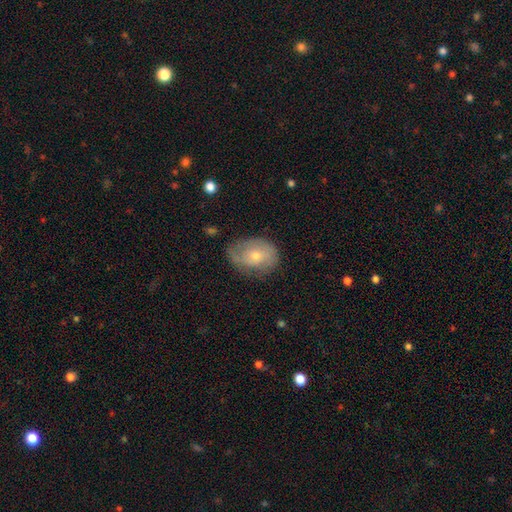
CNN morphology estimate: This appears to be a smooth galaxy with no disk features (48%). Merging: none (60%).